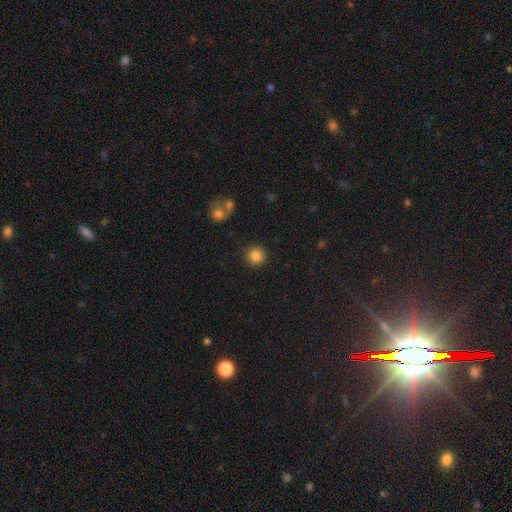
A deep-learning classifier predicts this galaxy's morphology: A smooth galaxy with no disk features (84%) that is round (95%).

Vote fractions:
- Smooth or featured? smooth: 84% / star or artifact: 10% / featured or disk: 5%
- How rounded? round: 95% / in between: 4% / cigar-shaped: 1%
- Merging? none: 91% / minor disturbance: 6% / major disturbance: 2% / merger: 2%